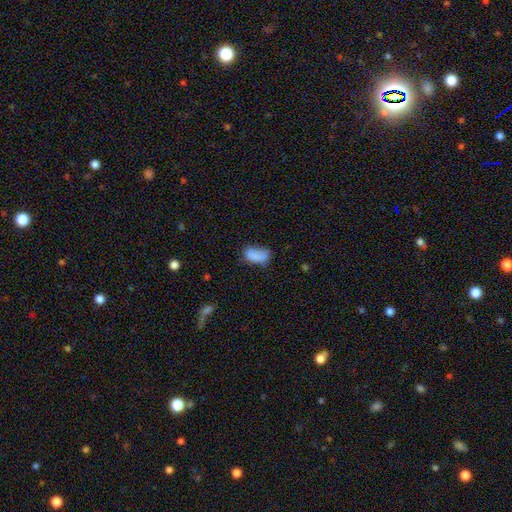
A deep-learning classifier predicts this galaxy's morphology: Q: Smooth or featured?
A: smooth (82%); runner-up: star or artifact (9%)
Q: How rounded?
A: in between (92%); runner-up: round (5%)
Q: Merging?
A: none (48%); runner-up: minor disturbance (32%)